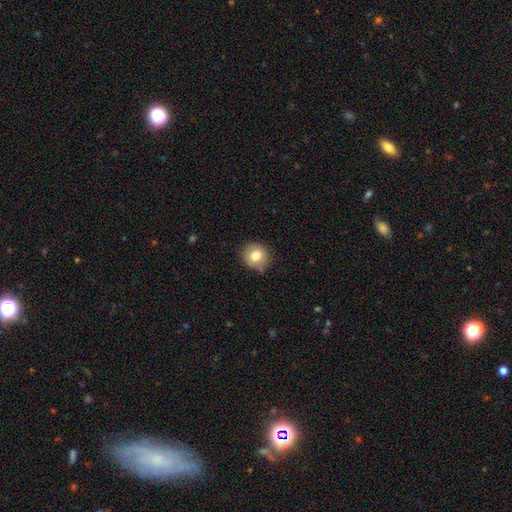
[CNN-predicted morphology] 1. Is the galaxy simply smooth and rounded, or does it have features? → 80% smooth, 10% featured or disk, 10% star or artifact.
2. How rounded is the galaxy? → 88% round, 11% in between, 1% cigar-shaped.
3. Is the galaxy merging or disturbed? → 76% none, 18% minor disturbance, 3% major disturbance, 3% merger.